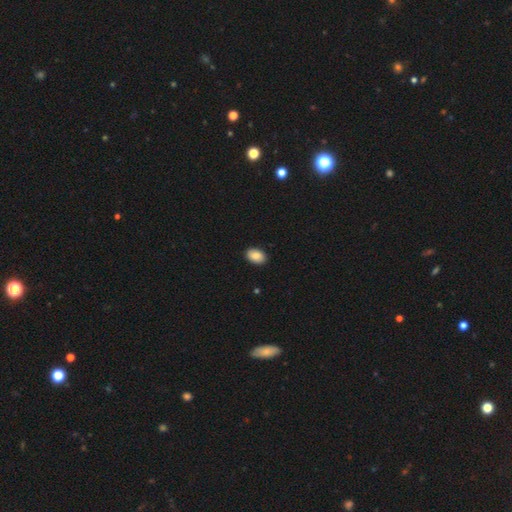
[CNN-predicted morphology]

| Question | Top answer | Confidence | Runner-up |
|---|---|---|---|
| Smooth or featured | smooth | 87% | star or artifact (7%) |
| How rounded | in between | 89% | round (10%) |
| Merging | none | 90% | minor disturbance (7%) |